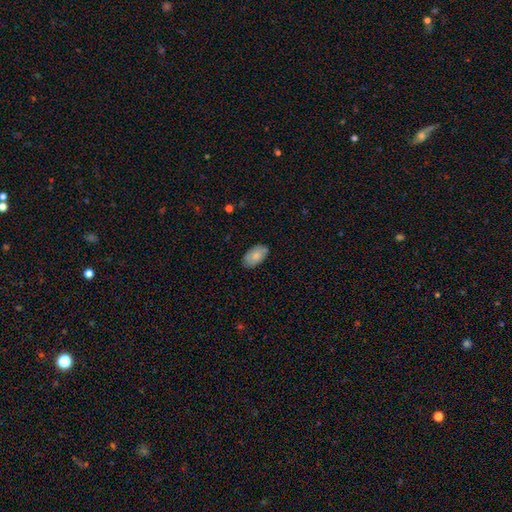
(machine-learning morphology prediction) This is likely a smooth galaxy (75%). How rounded: clearly in between (94%). Merging: clearly none (81%).